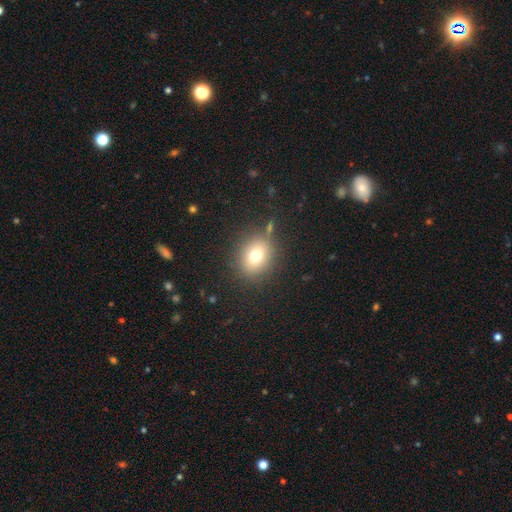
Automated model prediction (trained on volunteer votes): smooth 75%, star or artifact 13%, featured or disk 12%. Down the decision tree: how rounded — round (61%); merging — none (83%).